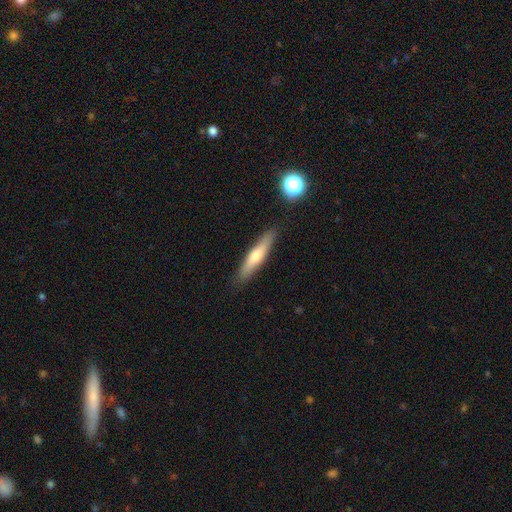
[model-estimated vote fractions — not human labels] Smooth or featured?
  - smooth: 55% *
  - featured or disk: 37%
  - star or artifact: 7%
How rounded?
  - cigar-shaped: 86% *
  - in between: 12%
  - round: 2%
Merging?
  - none: 88% *
  - minor disturbance: 9%
  - major disturbance: 2%
  - merger: 2%